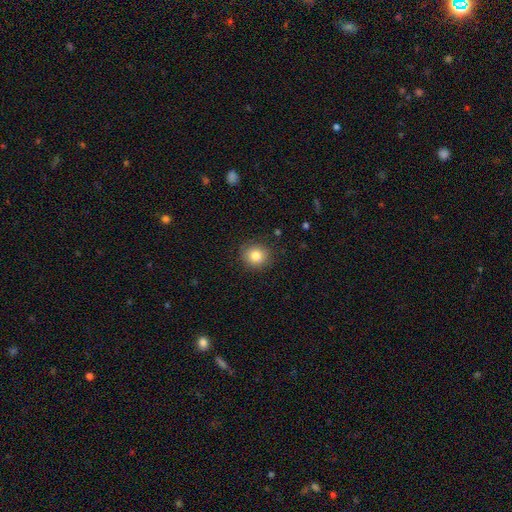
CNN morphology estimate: The model was most divided on "how rounded": round: 84%, in between: 15%, cigar-shaped: 1%. More confident: merging — none (87%); smooth or featured — smooth (82%).